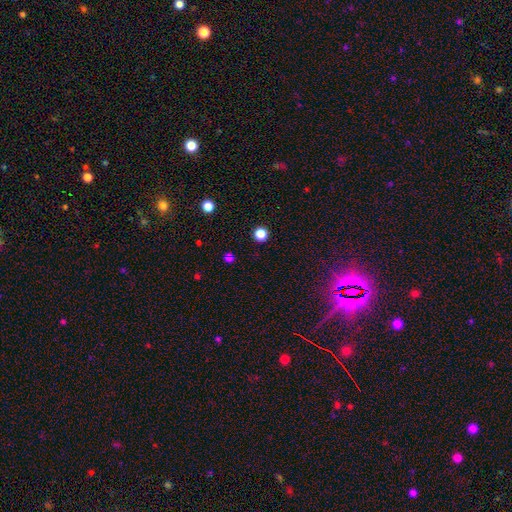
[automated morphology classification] smooth_or_featured: smooth (p=0.68) [alt: star or artifact p=0.27]
how_rounded: round (p=0.91) [alt: in between p=0.08]
merging: none (p=0.89) [alt: minor disturbance p=0.06]